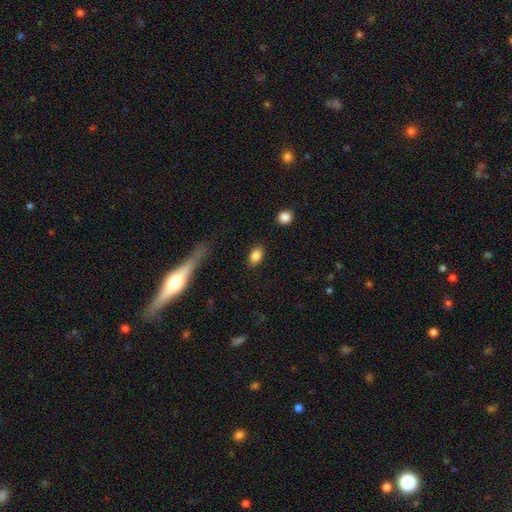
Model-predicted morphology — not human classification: Smooth or featured? smooth (85%)
How rounded? in between (85%)
Merging? none (86%)